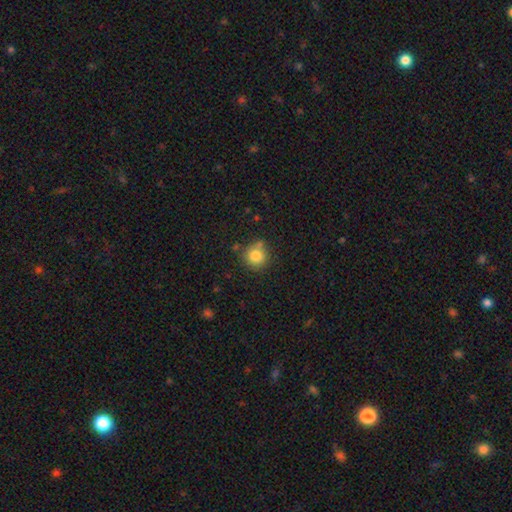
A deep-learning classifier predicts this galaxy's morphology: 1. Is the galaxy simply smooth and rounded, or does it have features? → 82% smooth, 11% star or artifact, 8% featured or disk.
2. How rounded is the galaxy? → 91% round, 8% in between, 1% cigar-shaped.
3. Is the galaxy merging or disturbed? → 73% none, 14% minor disturbance, 9% merger, 4% major disturbance.